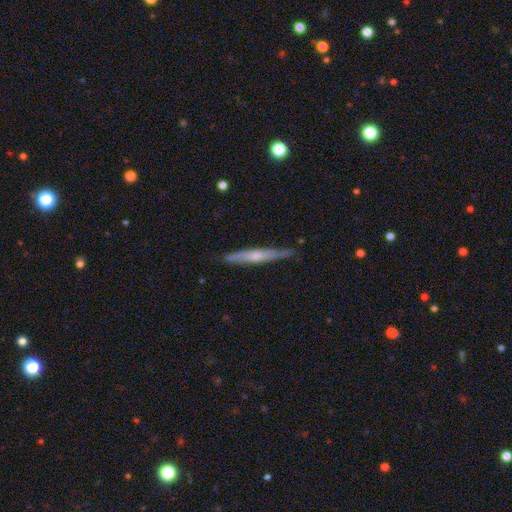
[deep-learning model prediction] Smooth or featured? featured or disk (58%)
Edge-on disk? yes (96%)
Edge-on bulge? rounded (54%)
Merging? none (86%)